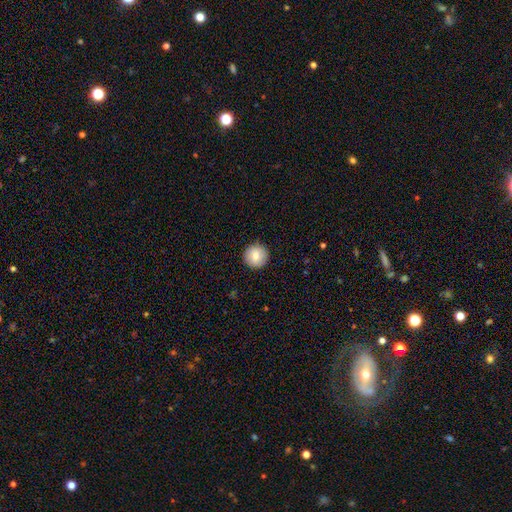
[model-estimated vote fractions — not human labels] This is likely a smooth galaxy (79%). How rounded: clearly round (96%). Merging: clearly none (92%).